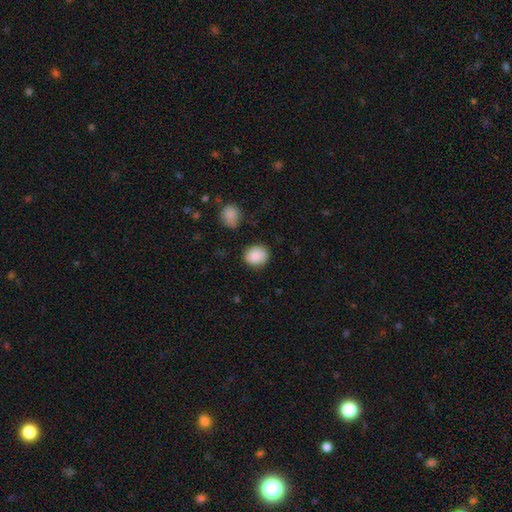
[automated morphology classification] Overall: smooth (87%). How rounded: round (75%). Merging: none (82%).